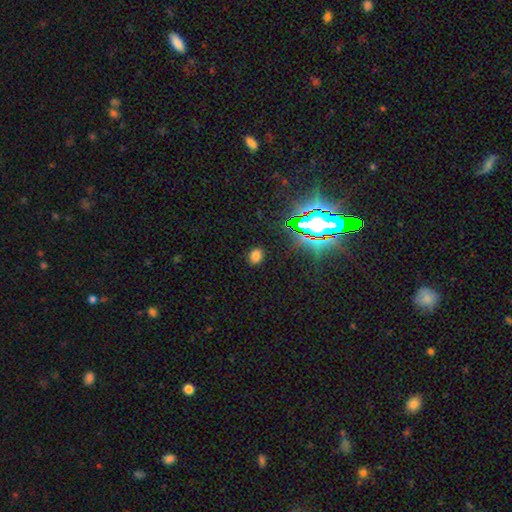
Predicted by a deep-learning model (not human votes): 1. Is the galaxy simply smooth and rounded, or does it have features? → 68% smooth, 26% star or artifact, 6% featured or disk.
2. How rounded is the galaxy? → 53% in between, 46% round, 1% cigar-shaped.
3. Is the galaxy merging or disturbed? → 88% none, 8% minor disturbance, 3% major disturbance, 2% merger.